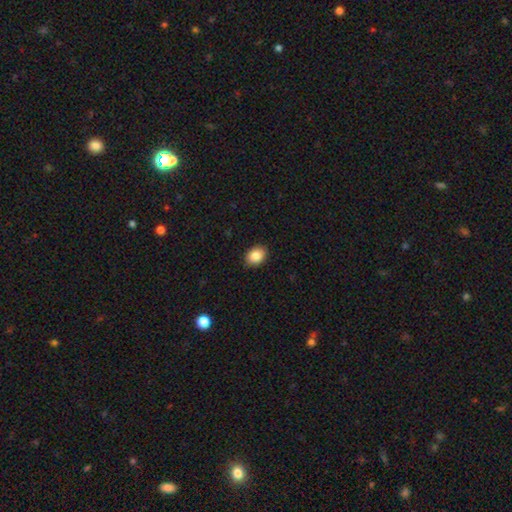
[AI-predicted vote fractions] A smooth galaxy with no disk features (87%) that is in between round and cigar-shaped (70%). Merging: none (89%).